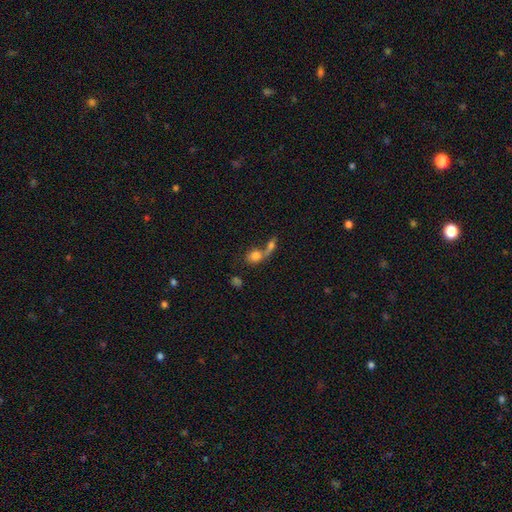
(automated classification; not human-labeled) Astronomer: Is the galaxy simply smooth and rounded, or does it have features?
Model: smooth — 76%.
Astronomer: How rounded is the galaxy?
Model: in between — 51% (runner-up: round, 46%).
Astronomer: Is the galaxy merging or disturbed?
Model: merger — 62%.